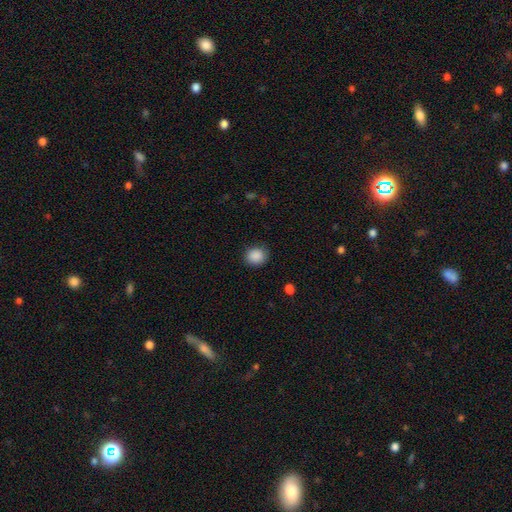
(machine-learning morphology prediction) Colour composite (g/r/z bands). It shows a smooth galaxy with no disk features (88%) that is round (71%). Merging: none (84%).